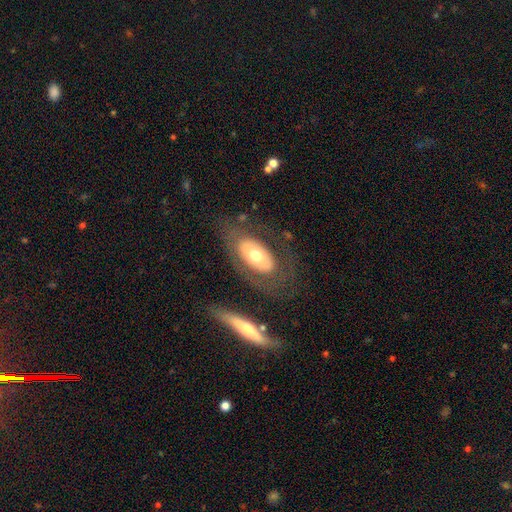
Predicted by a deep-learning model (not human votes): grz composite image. It shows a featured or disk galaxy (49%). Merging: none (69%).